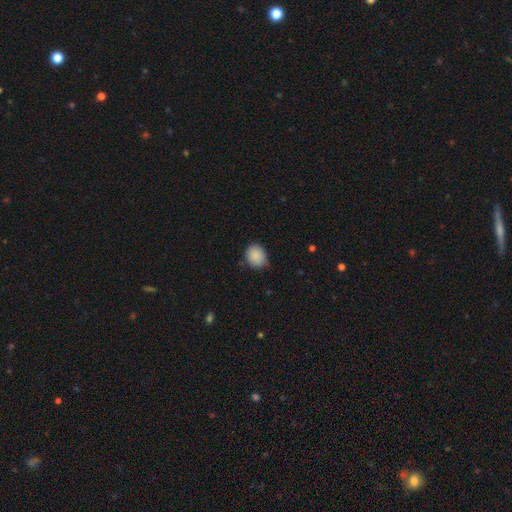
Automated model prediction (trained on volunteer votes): Smooth or featured? Predicted: smooth (p=0.88). How rounded? Predicted: round (p=0.63). Merging? Predicted: none (p=0.74).